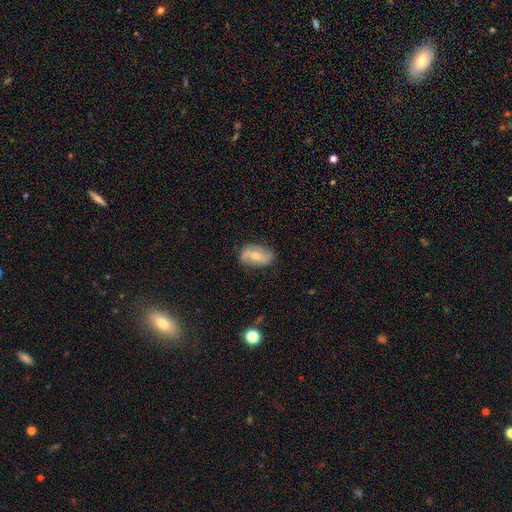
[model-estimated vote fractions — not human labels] Smooth or featured: featured or disk — 63% (smooth — 28%)
Edge-on disk: no — 94% (yes — 6%)
Bar: no — 43% (weak — 37%)
Spiral arms: yes — 82% (no — 18%)
Bulge size: moderate — 62% (small — 33%)
Merging: none — 78% (minor disturbance — 17%)